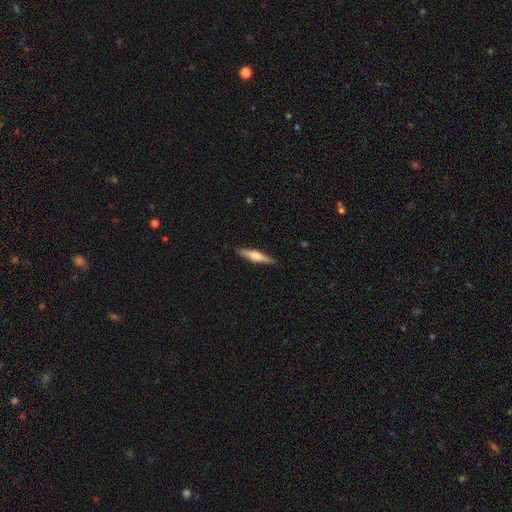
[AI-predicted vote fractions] smooth_or_featured: featured or disk (p=0.55) [alt: smooth p=0.39]
disk_edge_on: yes (p=0.96) [alt: no p=0.04]
edge_on_bulge: rounded (p=0.85) [alt: boxy p=0.09]
merging: none (p=0.89) [alt: minor disturbance p=0.08]